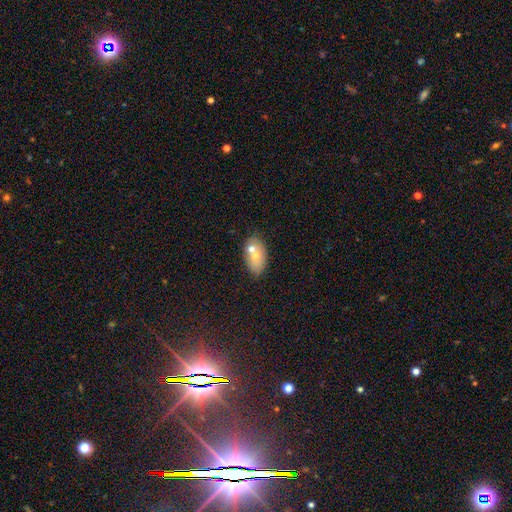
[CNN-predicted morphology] A smooth galaxy with no disk features (66%) that is in between round and cigar-shaped (88%).

Vote fractions:
- Smooth or featured? smooth: 66% / featured or disk: 25% / star or artifact: 8%
- How rounded? in between: 88% / round: 10% / cigar-shaped: 2%
- Merging? none: 51% / merger: 31% / minor disturbance: 14% / major disturbance: 4%